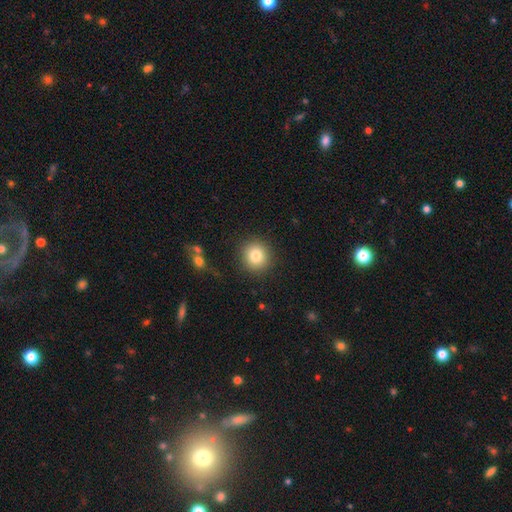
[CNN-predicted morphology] The model was most divided on "smooth or featured": smooth: 82%, star or artifact: 10%, featured or disk: 8%. More confident: how rounded — round (92%); merging — none (89%).